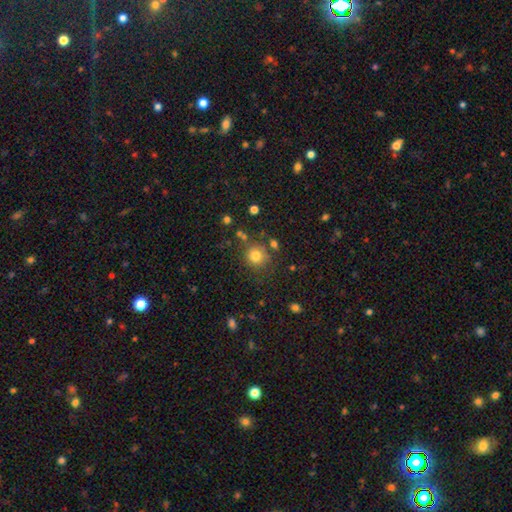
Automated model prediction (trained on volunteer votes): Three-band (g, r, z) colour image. It shows a smooth galaxy with no disk features (79%) that is round (90%). Merging: none (76%).